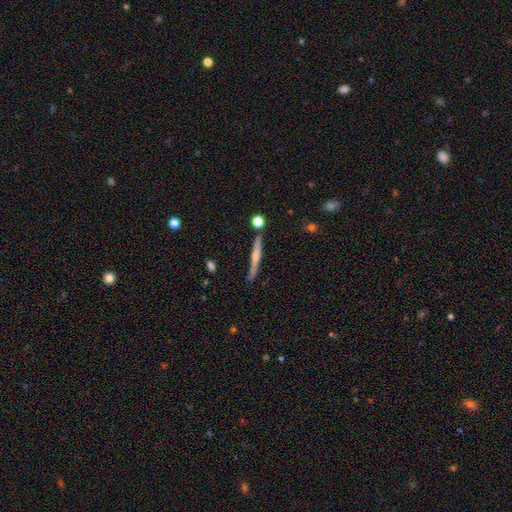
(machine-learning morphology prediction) Smooth or featured? featured or disk (56%)
Edge-on disk? yes (97%)
Edge-on bulge? rounded (61%)
Merging? none (84%)